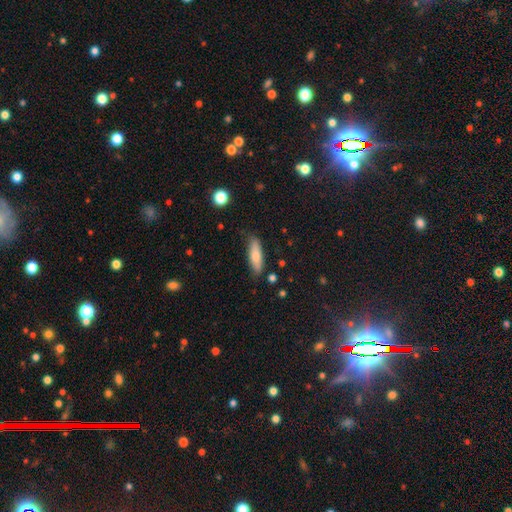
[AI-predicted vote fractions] Smooth or featured? smooth (73%)
How rounded? cigar-shaped (55%)
Merging? none (81%)